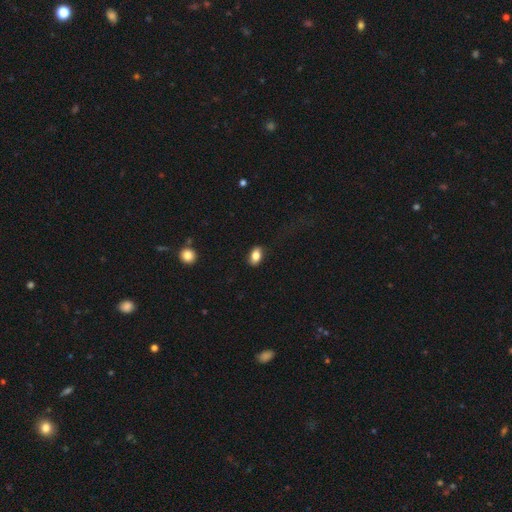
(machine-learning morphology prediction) Smooth or featured? smooth (83%)
How rounded? in between (88%)
Merging? none (86%)